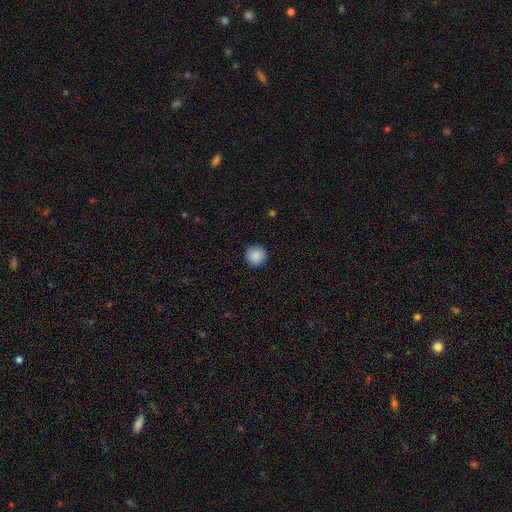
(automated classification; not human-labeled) Q: Smooth or featured?
A: smooth (88%); runner-up: star or artifact (8%)
Q: How rounded?
A: round (94%); runner-up: in between (5%)
Q: Merging?
A: none (91%); runner-up: minor disturbance (6%)